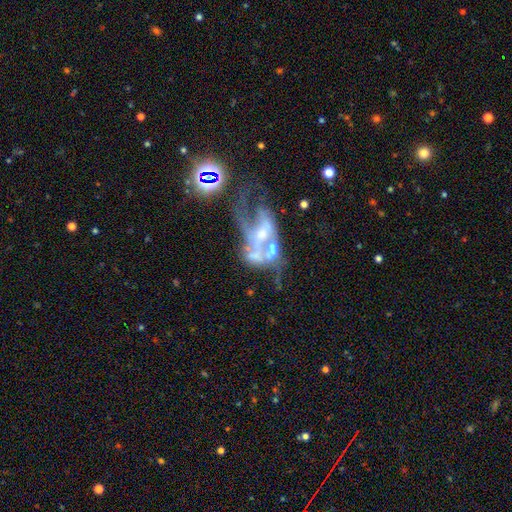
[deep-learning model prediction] Smooth or featured? featured or disk (71%)
Edge-on disk? no (96%)
Bar? no (72%)
Spiral arms? no (67%)
Bulge size? moderate (35%)
Merging? merger (40%)